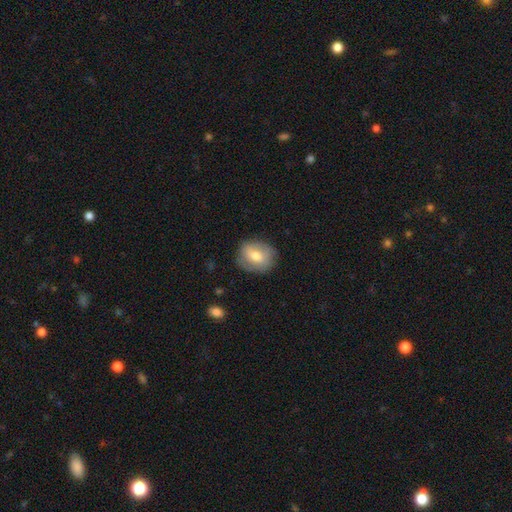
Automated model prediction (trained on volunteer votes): Smooth or featured: smooth — 64% (featured or disk — 29%)
How rounded: round — 59% (in between — 40%)
Merging: none — 77% (minor disturbance — 17%)